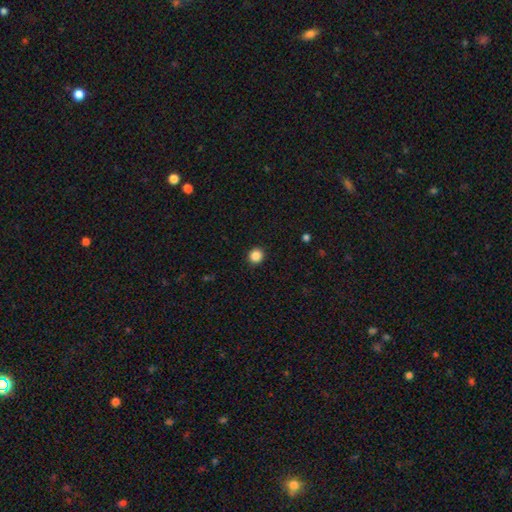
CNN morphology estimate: This is clearly a smooth galaxy (86%). How rounded: clearly round (93%). Merging: clearly none (93%).